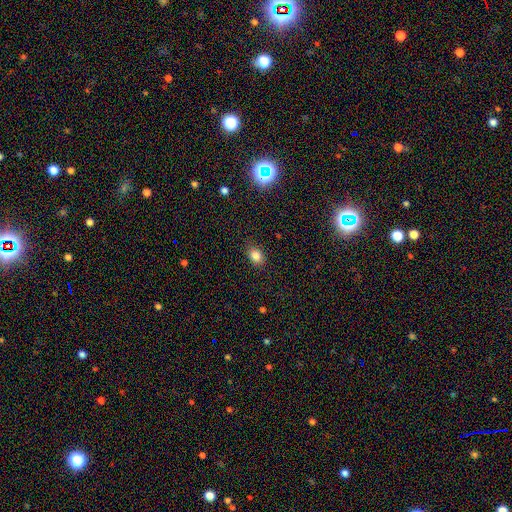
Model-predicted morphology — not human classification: Smooth or featured?
  - smooth: 83% *
  - star or artifact: 12%
  - featured or disk: 6%
How rounded?
  - in between: 69% *
  - round: 30%
  - cigar-shaped: 1%
Merging?
  - none: 84% *
  - minor disturbance: 12%
  - major disturbance: 3%
  - merger: 1%